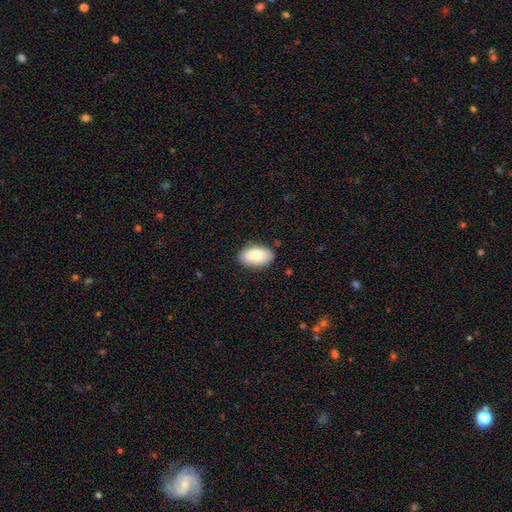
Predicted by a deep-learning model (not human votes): Q: Smooth or featured?
A: smooth (79%); runner-up: featured or disk (14%)
Q: How rounded?
A: in between (93%); runner-up: round (6%)
Q: Merging?
A: none (86%); runner-up: minor disturbance (11%)